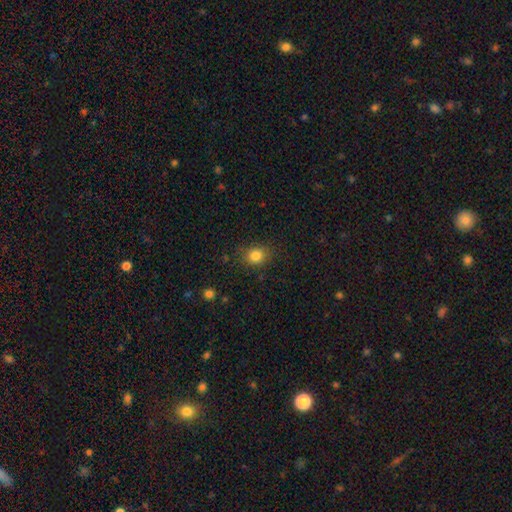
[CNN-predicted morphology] smooth_or_featured: smooth (p=0.83) [alt: star or artifact p=0.11]
how_rounded: round (p=0.62) [alt: in between p=0.37]
merging: none (p=0.82) [alt: minor disturbance p=0.13]